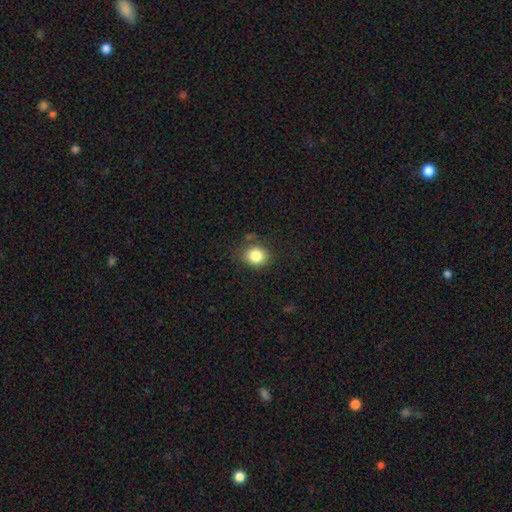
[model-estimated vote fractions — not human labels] Smooth or featured? smooth (84%)
How rounded? round (72%)
Merging? none (79%)